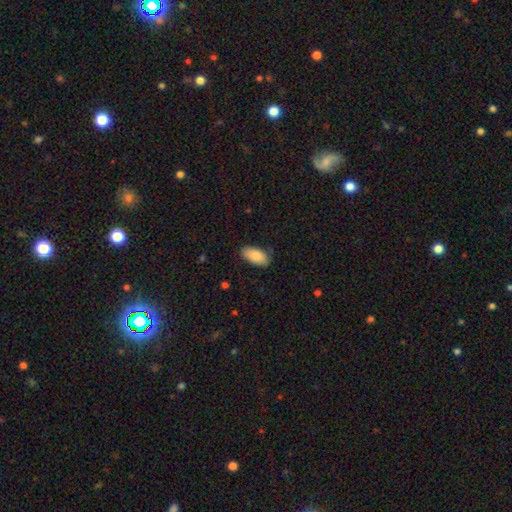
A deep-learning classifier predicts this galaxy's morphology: smooth-or-featured: smooth: 85% | featured or disk: 8% | star or artifact: 6%
  how-rounded: in between: 94% | cigar-shaped: 4% | round: 2%
  merging: none: 81% | minor disturbance: 15% | major disturbance: 3% | merger: 1%